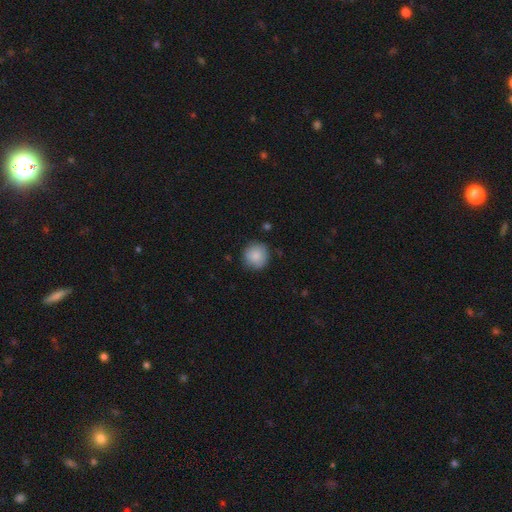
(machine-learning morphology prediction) Q: Smooth or featured?
A: smooth (86%); runner-up: star or artifact (7%)
Q: How rounded?
A: round (93%); runner-up: in between (6%)
Q: Merging?
A: none (84%); runner-up: minor disturbance (12%)